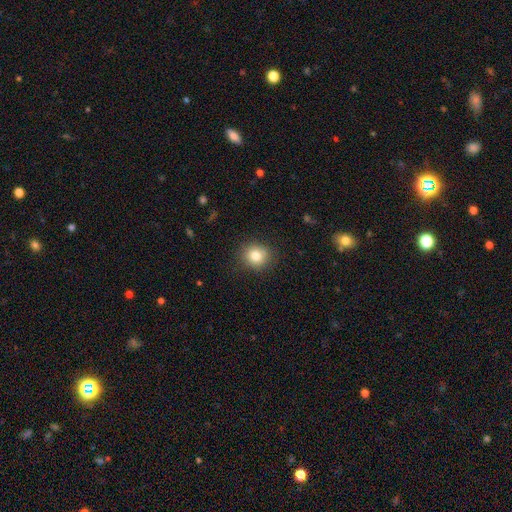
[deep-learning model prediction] smooth-or-featured: smooth: 82% | star or artifact: 10% | featured or disk: 8%
  how-rounded: round: 83% | in between: 16% | cigar-shaped: 1%
  merging: none: 87% | minor disturbance: 10% | major disturbance: 3% | merger: 1%